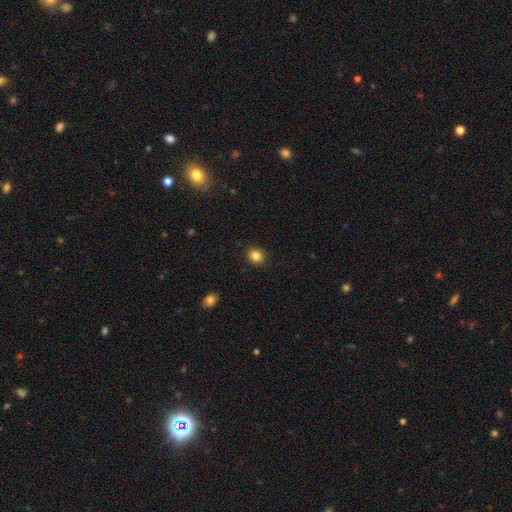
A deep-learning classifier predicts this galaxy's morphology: type=smooth (84%); roundness=round (70%); merging=none (91%).